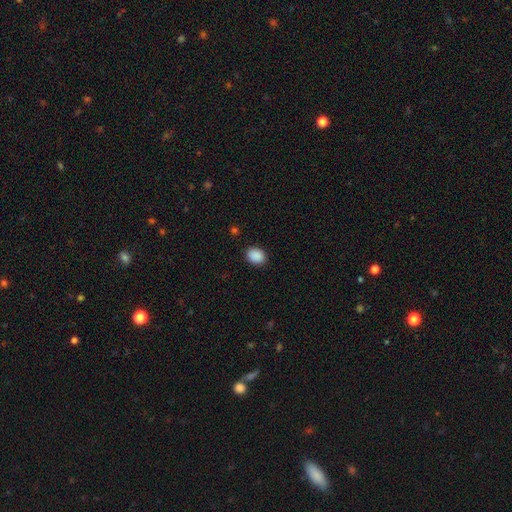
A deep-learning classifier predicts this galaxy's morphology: Smooth or featured?
  - smooth: 89% *
  - star or artifact: 8%
  - featured or disk: 2%
How rounded?
  - in between: 57% *
  - round: 42%
  - cigar-shaped: 1%
Merging?
  - none: 89% *
  - minor disturbance: 8%
  - major disturbance: 2%
  - merger: 1%